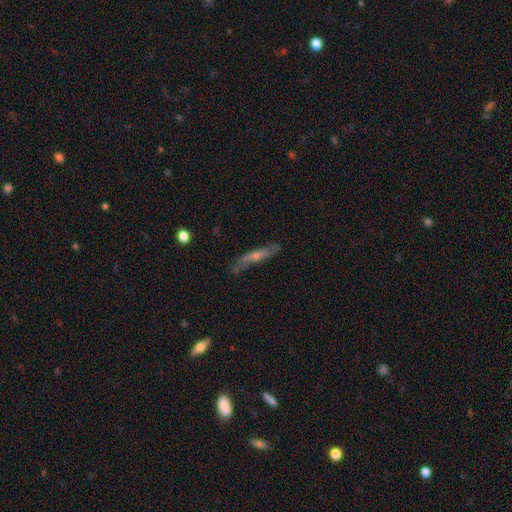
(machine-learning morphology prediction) Smooth or featured? Predicted: featured or disk (p=0.60). Edge-on disk? Predicted: yes (p=0.74). Merging? Predicted: none (p=0.70).